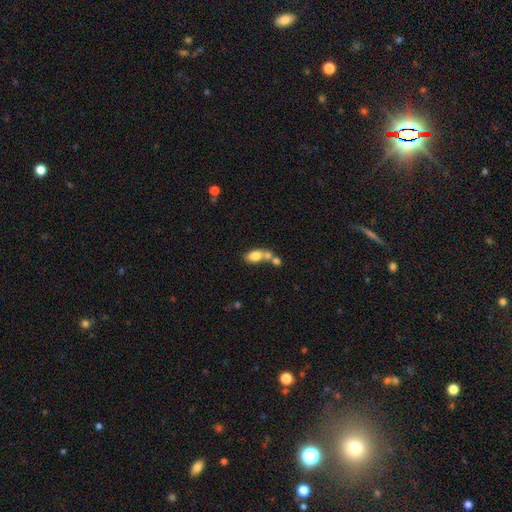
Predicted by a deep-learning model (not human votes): This is likely a smooth galaxy (76%). How rounded: clearly in between (84%). Merging: possibly merger (52%).